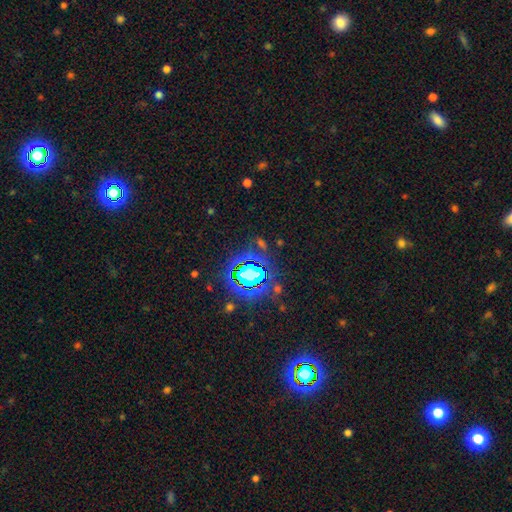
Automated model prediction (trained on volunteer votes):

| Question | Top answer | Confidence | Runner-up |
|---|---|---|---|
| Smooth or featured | star or artifact | 82% | smooth (11%) |